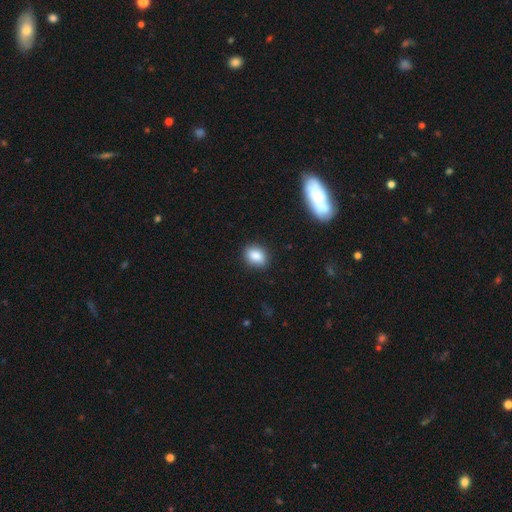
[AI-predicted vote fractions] smooth 85%, star or artifact 9%, featured or disk 7%. Down the decision tree: how rounded — in between (64%); merging — none (86%).